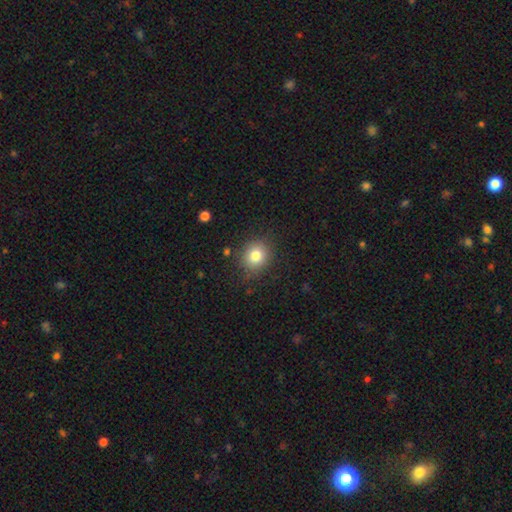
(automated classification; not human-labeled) The model was most divided on "how rounded": round: 79%, in between: 20%, cigar-shaped: 1%. More confident: merging — none (85%); smooth or featured — smooth (81%).